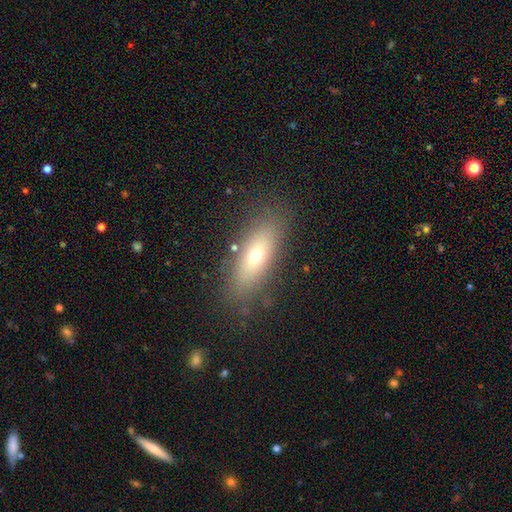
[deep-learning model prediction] smooth 61%, featured or disk 29%, star or artifact 11%. Down the decision tree: how rounded — in between (58%); merging — none (84%).